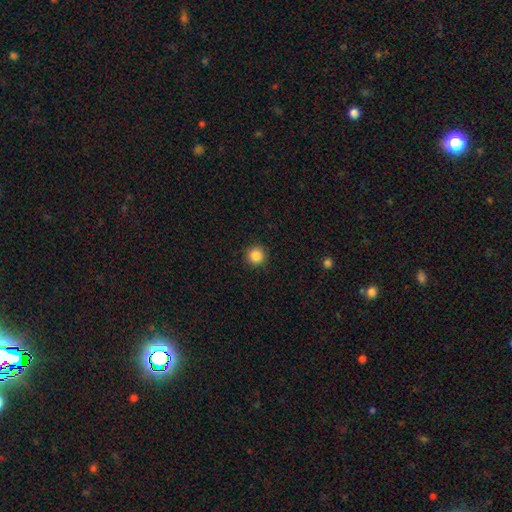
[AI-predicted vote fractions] The model was most divided on "smooth or featured": smooth: 87%, star or artifact: 10%, featured or disk: 3%. More confident: how rounded — round (96%); merging — none (92%).